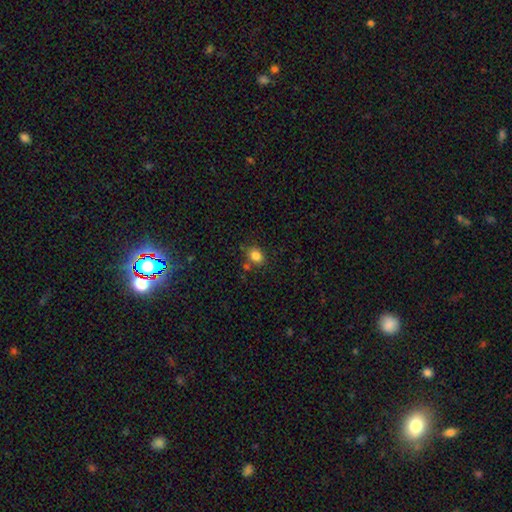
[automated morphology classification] Overall: smooth (84%). How rounded: in between (59%; round 40%). Merging: none (72%).